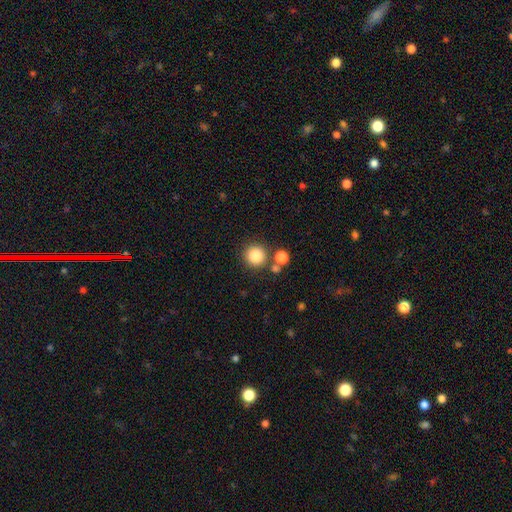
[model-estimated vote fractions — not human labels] Overall: smooth (85%). How rounded: round (94%). Merging: none (80%).